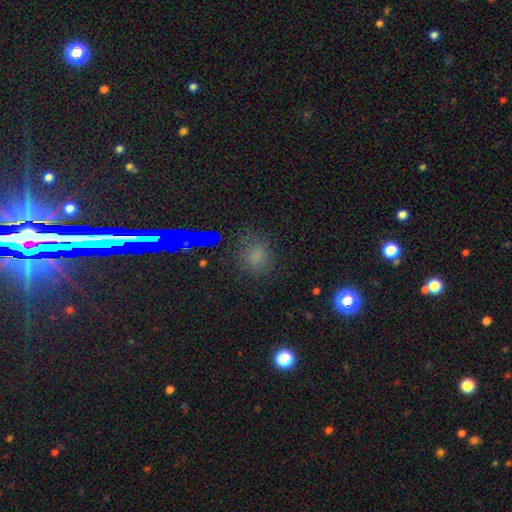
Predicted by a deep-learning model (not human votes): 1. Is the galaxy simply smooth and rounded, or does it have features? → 67% smooth, 24% star or artifact, 9% featured or disk.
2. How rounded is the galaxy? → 74% round, 23% in between, 2% cigar-shaped.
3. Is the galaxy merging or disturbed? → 80% none, 13% minor disturbance, 5% major disturbance, 2% merger.